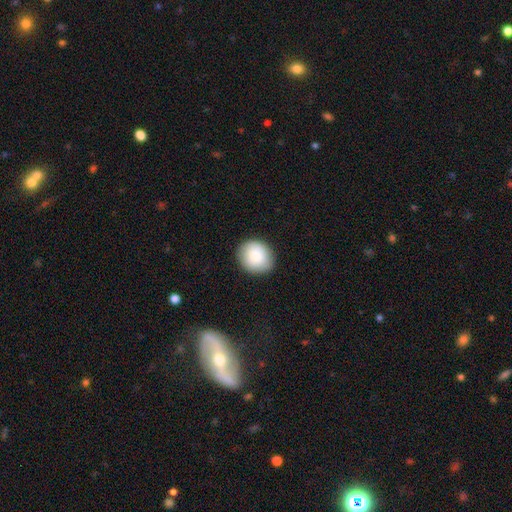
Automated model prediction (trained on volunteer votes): Morphology: type=smooth (85%); roundness=round (78%); merging=none (88%).